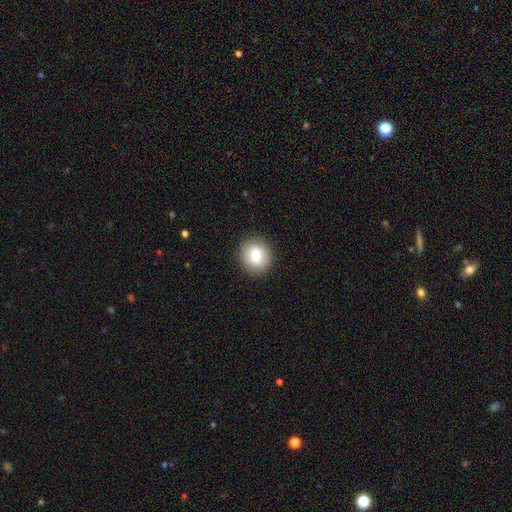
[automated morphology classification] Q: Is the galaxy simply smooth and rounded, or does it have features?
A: smooth — 76%.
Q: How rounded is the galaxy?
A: round — 77%.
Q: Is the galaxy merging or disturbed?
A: none — 89%.